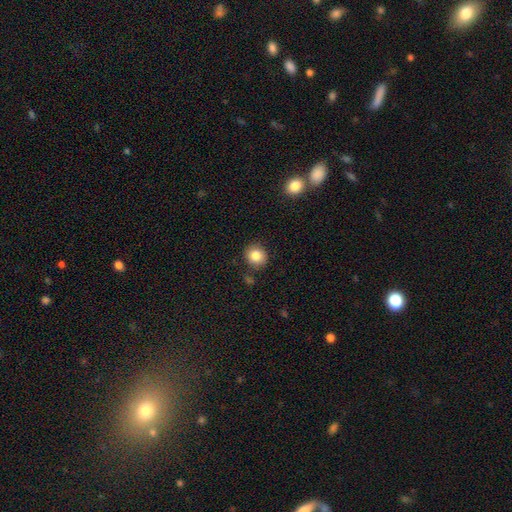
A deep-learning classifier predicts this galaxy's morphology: Q: Smooth or featured?
A: smooth (84%); runner-up: star or artifact (10%)
Q: How rounded?
A: round (86%); runner-up: in between (13%)
Q: Merging?
A: none (85%); runner-up: minor disturbance (9%)